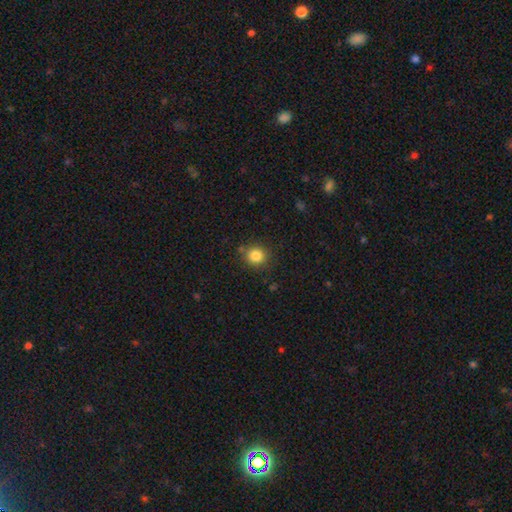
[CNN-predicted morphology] smooth_or_featured: smooth (p=0.83) [alt: star or artifact p=0.11]
how_rounded: round (p=0.85) [alt: in between p=0.14]
merging: none (p=0.84) [alt: minor disturbance p=0.10]